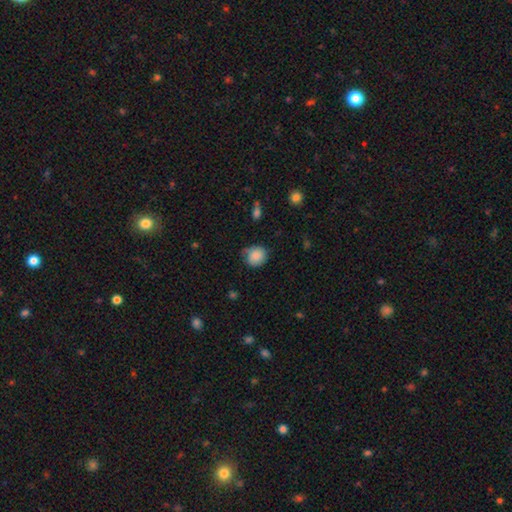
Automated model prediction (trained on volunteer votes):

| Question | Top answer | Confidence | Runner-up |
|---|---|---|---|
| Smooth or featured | smooth | 82% | featured or disk (10%) |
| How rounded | round | 76% | in between (23%) |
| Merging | none | 61% | minor disturbance (30%) |